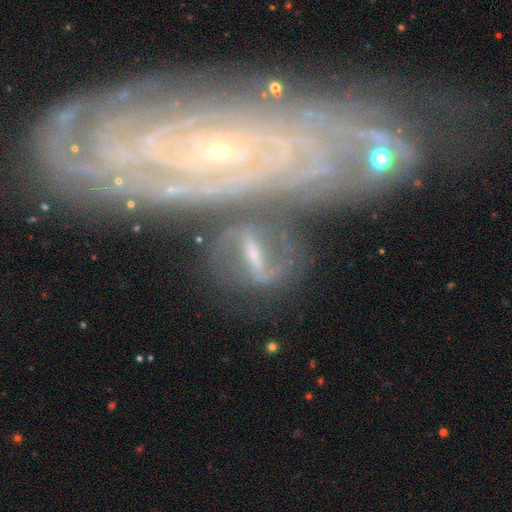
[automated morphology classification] This appears to be a featured or disk galaxy (78%) with a strong bar (49%), 2 (34%) tight (62%) spiral arms (90%) and a small central bulge (67%). Merging: none (47%).